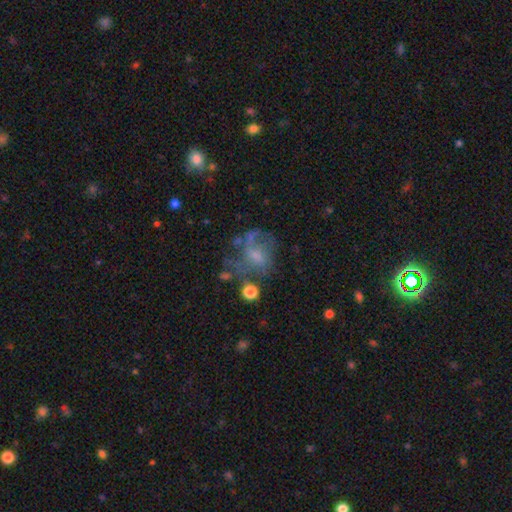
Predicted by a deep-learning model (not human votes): Morphology: type=featured or disk (50%); merging=major disturbance (36%, tied with none).